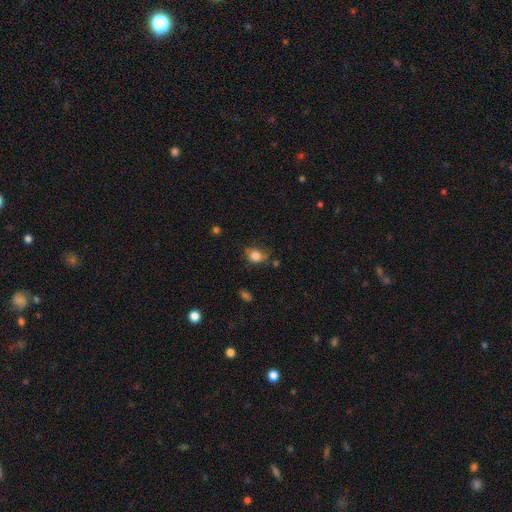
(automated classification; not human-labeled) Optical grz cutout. It shows a smooth galaxy with no disk features (81%) that is round (58%). Merging: none (58%).